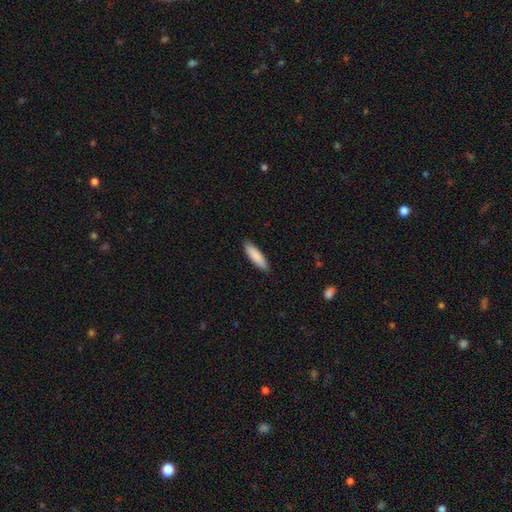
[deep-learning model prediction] smooth_or_featured: smooth (p=0.88) [alt: featured or disk p=0.07]
how_rounded: cigar-shaped (p=0.67) [alt: in between p=0.32]
merging: none (p=0.90) [alt: minor disturbance p=0.07]